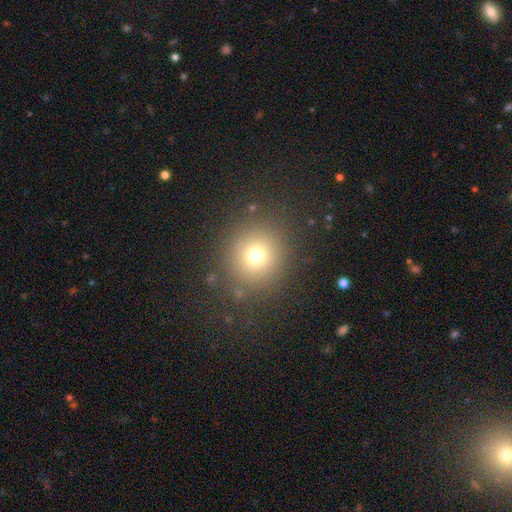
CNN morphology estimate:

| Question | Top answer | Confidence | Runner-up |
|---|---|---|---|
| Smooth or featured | smooth | 72% | star or artifact (17%) |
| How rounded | round | 91% | in between (8%) |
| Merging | none | 86% | minor disturbance (8%) |